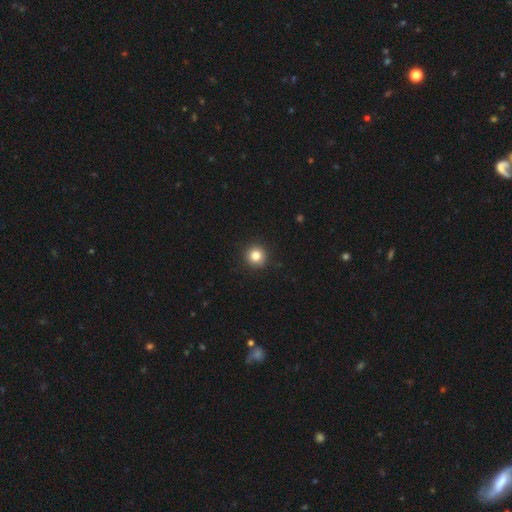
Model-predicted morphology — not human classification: Smooth or featured: smooth — 82% (star or artifact — 11%)
How rounded: round — 95% (in between — 4%)
Merging: none — 93% (minor disturbance — 5%)